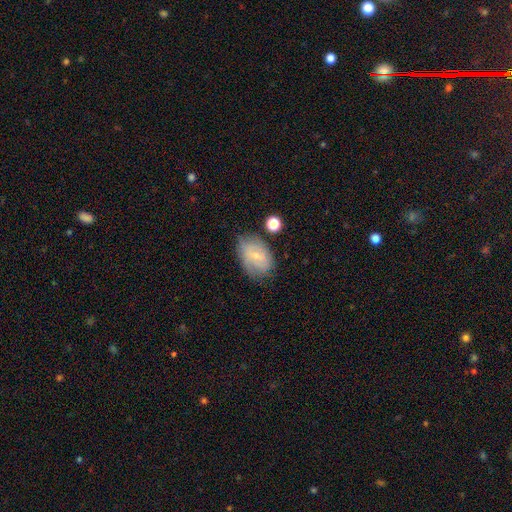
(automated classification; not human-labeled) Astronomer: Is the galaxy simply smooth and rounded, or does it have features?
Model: smooth — 47% (runner-up: featured or disk, 45%).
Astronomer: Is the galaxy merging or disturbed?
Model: none — 66%.